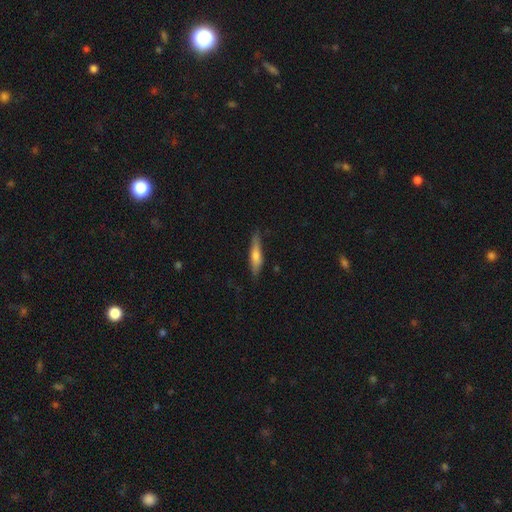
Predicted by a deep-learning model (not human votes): Smooth or featured: smooth — 55% (featured or disk — 39%)
How rounded: cigar-shaped — 83% (in between — 15%)
Merging: none — 80% (minor disturbance — 15%)